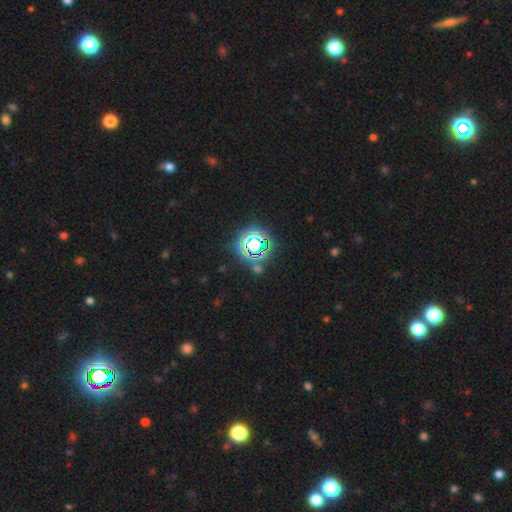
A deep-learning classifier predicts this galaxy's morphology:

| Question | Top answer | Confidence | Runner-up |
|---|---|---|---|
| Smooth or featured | star or artifact | 77% | smooth (15%) |